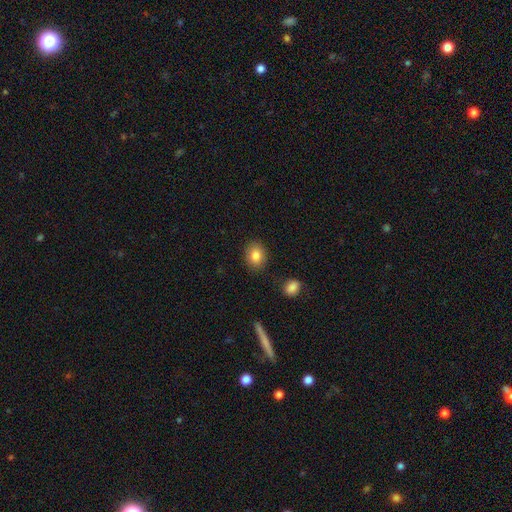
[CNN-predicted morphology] This appears to be a smooth galaxy with no disk features (82%) that is round (53%). Merging: none (86%).